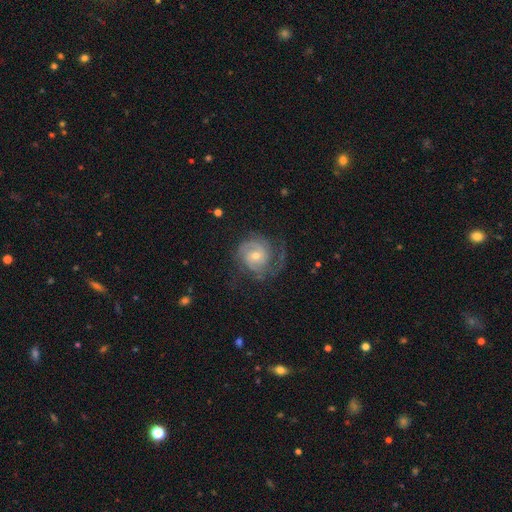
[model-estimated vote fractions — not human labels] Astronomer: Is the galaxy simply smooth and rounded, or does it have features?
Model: featured or disk — 79%.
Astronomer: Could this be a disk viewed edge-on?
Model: no — 98%.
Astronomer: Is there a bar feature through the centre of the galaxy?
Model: no — 65%.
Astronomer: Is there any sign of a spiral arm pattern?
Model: yes — 93%.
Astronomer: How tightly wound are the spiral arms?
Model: tight — 50% (runner-up: medium, 35%).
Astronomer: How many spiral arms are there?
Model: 2 — 50%.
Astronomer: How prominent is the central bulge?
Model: moderate — 53% (runner-up: small, 42%).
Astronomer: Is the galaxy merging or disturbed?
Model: none — 58%.